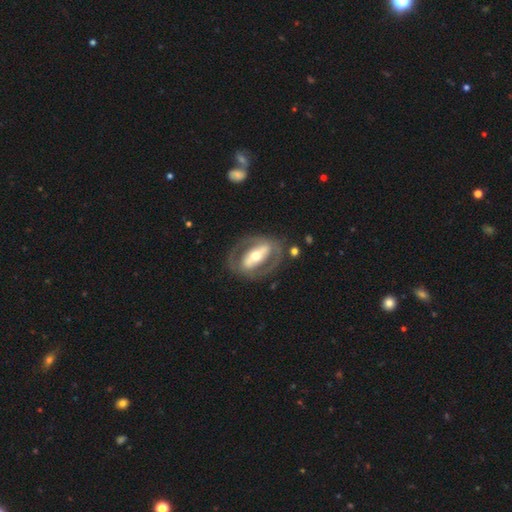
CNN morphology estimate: smooth_or_featured: featured or disk (p=0.75) [alt: smooth p=0.20]
disk_edge_on: no (p=0.88) [alt: yes p=0.12]
bar: strong (p=0.62) [alt: no p=0.22]
has_spiral_arms: no (p=0.58) [alt: yes p=0.42]
bulge_size: moderate (p=0.64) [alt: small p=0.22]
merging: none (p=0.73) [alt: minor disturbance p=0.13]